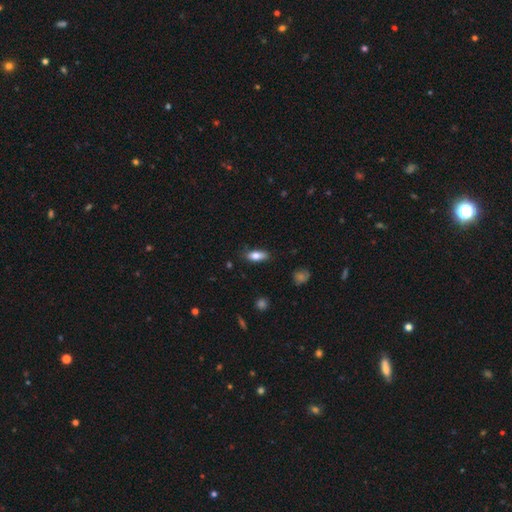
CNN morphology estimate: This appears to be a smooth galaxy with no disk features (79%) that is in between round and cigar-shaped (76%). Merging: none (80%).